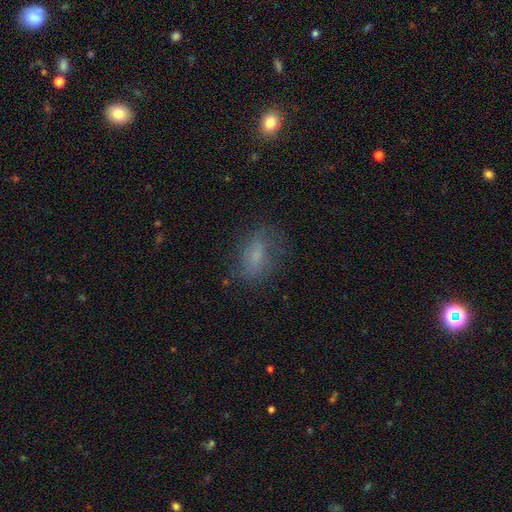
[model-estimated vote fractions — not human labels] Smooth or featured? smooth (64%)
How rounded? in between (81%)
Merging? none (64%)